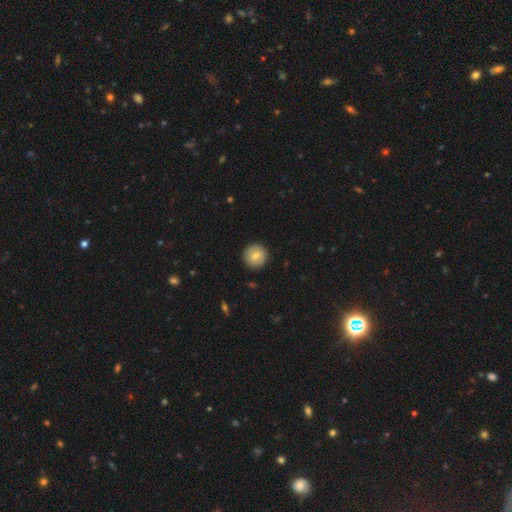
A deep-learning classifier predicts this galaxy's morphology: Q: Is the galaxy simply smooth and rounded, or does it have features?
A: smooth — 74%.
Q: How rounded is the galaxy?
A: round — 94%.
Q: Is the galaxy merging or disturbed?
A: none — 90%.